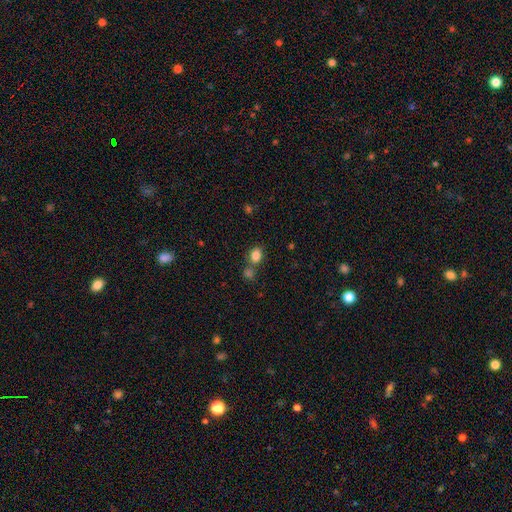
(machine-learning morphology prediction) A smooth galaxy with no disk features (83%) that is in between round and cigar-shaped (55%).

Vote fractions:
- Smooth or featured? smooth: 83% / star or artifact: 11% / featured or disk: 6%
- How rounded? in between: 55% / round: 44% / cigar-shaped: 1%
- Merging? none: 59% / merger: 26% / minor disturbance: 11% / major disturbance: 4%